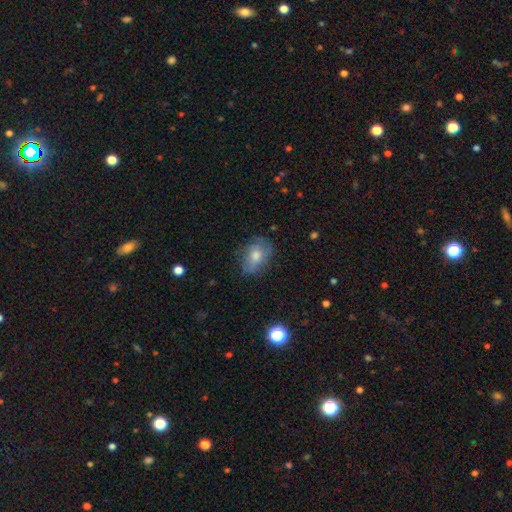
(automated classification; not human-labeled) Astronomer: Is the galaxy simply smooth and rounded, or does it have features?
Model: smooth — 45% (runner-up: featured or disk, 42%).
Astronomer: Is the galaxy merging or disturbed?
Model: none — 69%.